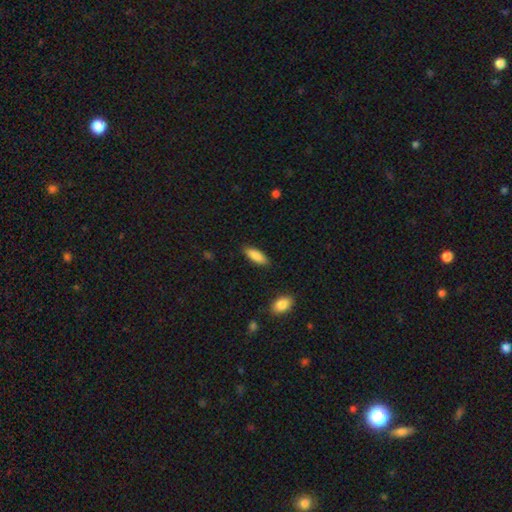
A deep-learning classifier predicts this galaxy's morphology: Overall: smooth (85%). How rounded: in between (58%; cigar-shaped 41%). Merging: none (85%).